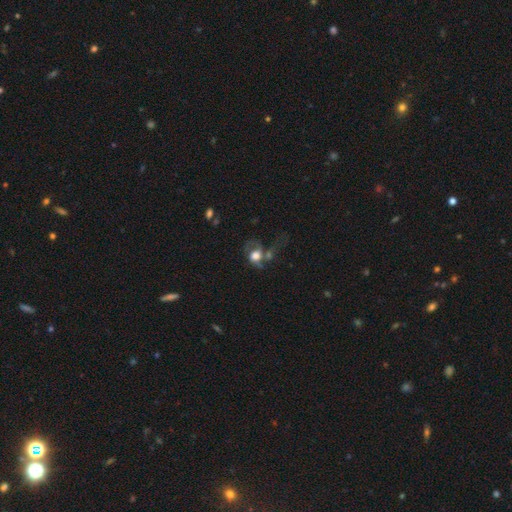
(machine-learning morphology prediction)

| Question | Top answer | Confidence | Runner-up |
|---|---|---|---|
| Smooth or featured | smooth | 48% | featured or disk (40%) |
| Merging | major disturbance | 39% | merger (25%) |